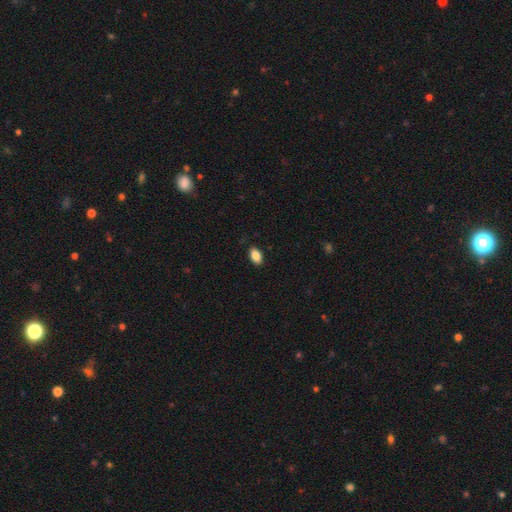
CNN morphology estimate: A smooth galaxy with no disk features (87%) that is in between round and cigar-shaped (91%). Merging: none (88%).